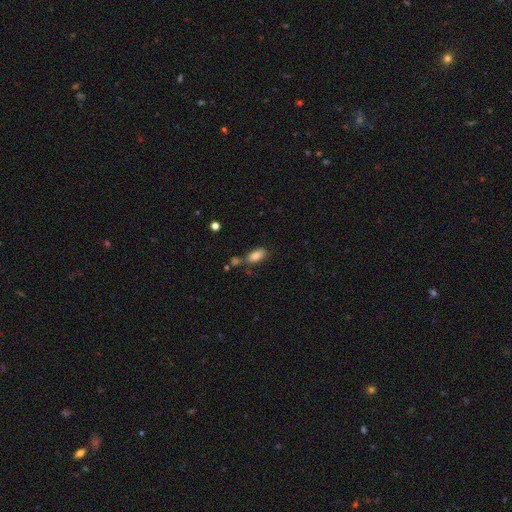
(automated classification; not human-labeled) Q: Smooth or featured?
A: smooth (83%); runner-up: star or artifact (9%)
Q: How rounded?
A: in between (89%); runner-up: cigar-shaped (8%)
Q: Merging?
A: none (62%); runner-up: minor disturbance (16%)